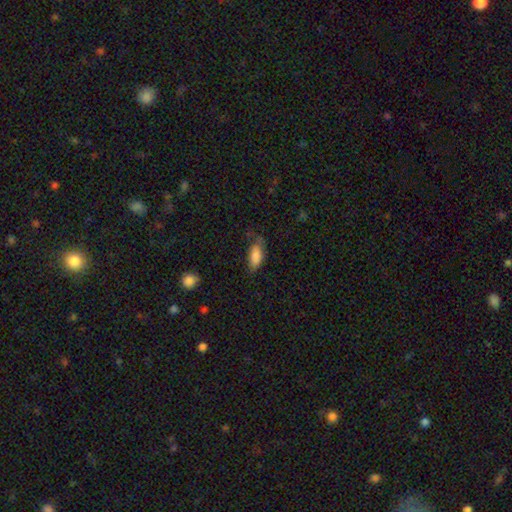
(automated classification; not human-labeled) The model was most divided on "merging": none: 48%, minor disturbance: 34%, major disturbance: 15%, merger: 2%. More confident: how rounded — in between (84%); smooth or featured — smooth (83%).